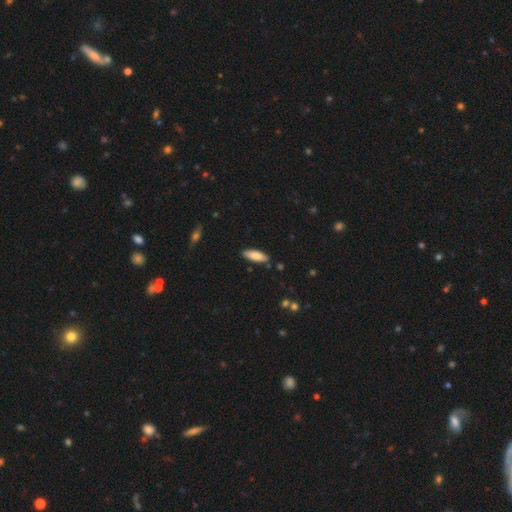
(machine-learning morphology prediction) smooth 83%, featured or disk 11%, star or artifact 6%. Down the decision tree: how rounded — in between (57%); merging — none (85%).